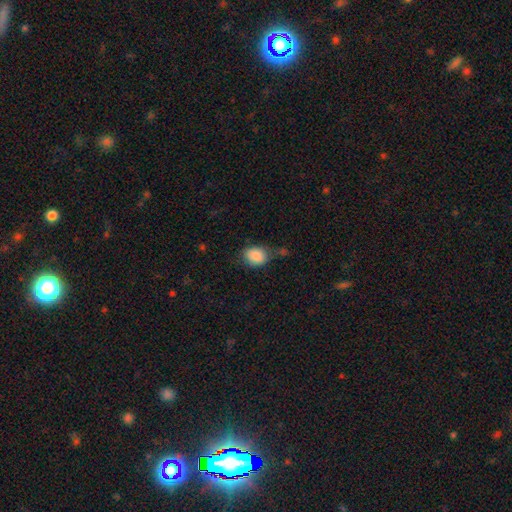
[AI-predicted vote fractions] Morphology: type=smooth (86%); roundness=in between (57%); merging=none (55%).